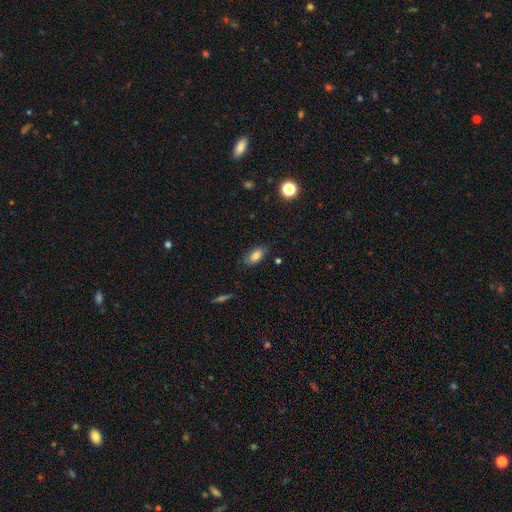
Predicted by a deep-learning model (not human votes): A smooth galaxy with no disk features (81%) that is in between round and cigar-shaped (90%). Merging: none (78%).